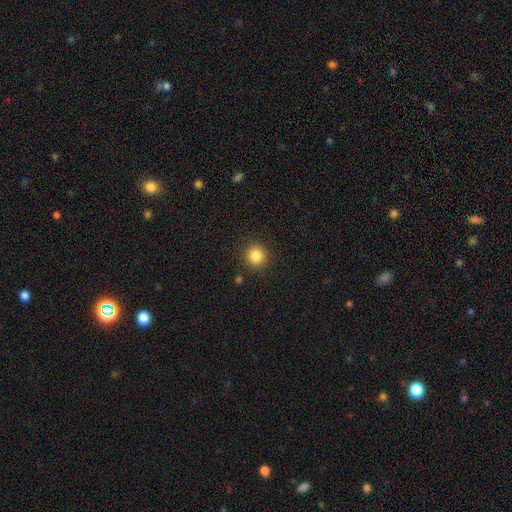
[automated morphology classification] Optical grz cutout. It shows a smooth galaxy with no disk features (85%) that is round (93%). Merging: none (90%).